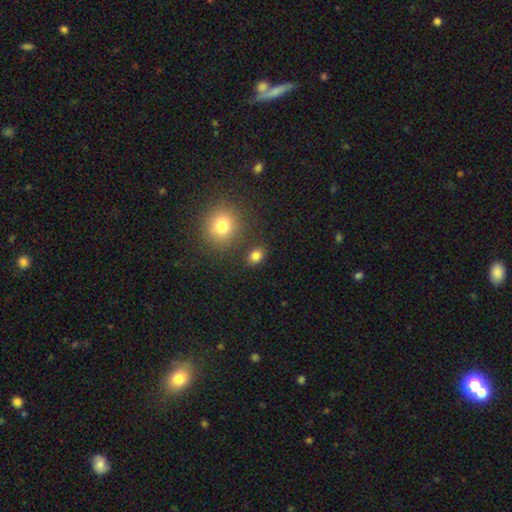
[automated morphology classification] smooth-or-featured: smooth: 81% | star or artifact: 13% | featured or disk: 6%
  how-rounded: in between: 60% | round: 38% | cigar-shaped: 1%
  merging: none: 81% | minor disturbance: 10% | merger: 6% | major disturbance: 3%